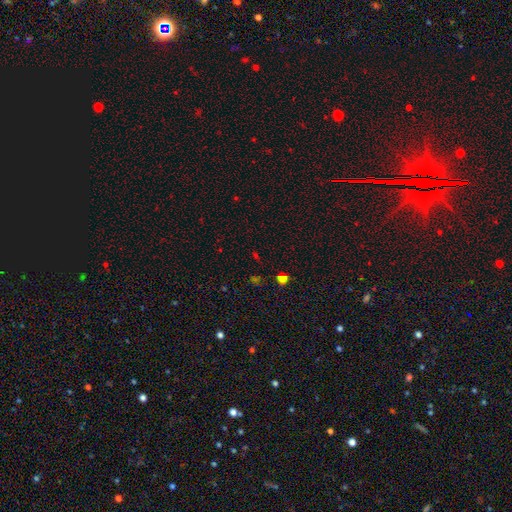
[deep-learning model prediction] Smooth or featured?
  - star or artifact: 59% *
  - smooth: 33%
  - featured or disk: 9%